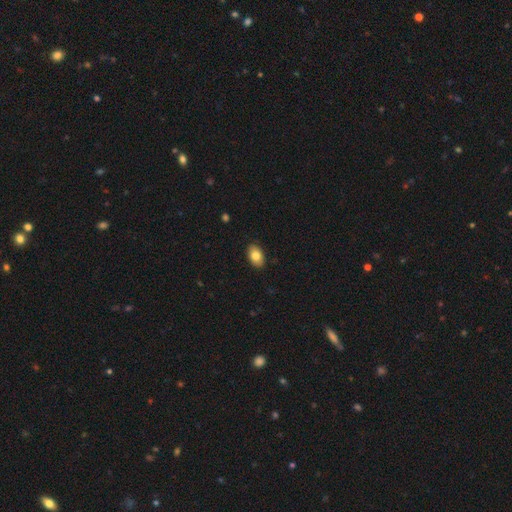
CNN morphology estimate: Smooth or featured? Predicted: smooth (p=0.82). How rounded? Predicted: in between (p=0.91). Merging? Predicted: none (p=0.89).